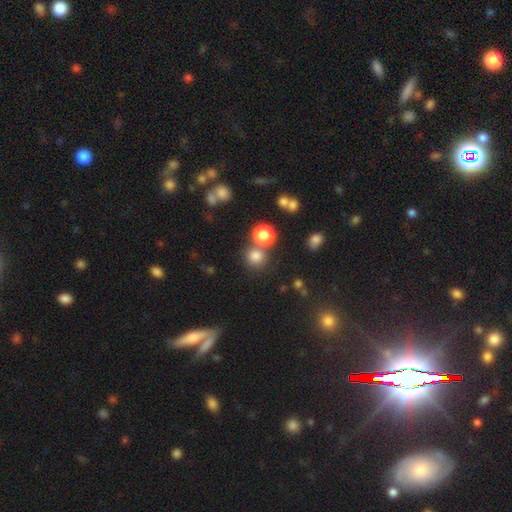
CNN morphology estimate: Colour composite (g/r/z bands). It shows a smooth galaxy with no disk features (77%) that is round (89%). Merging: none (70%).